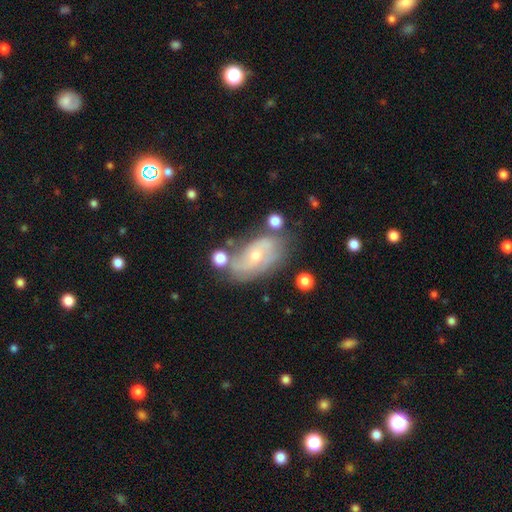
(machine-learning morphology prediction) A featured or disk galaxy (67%) with no bar (64%), spiral arms (76%) and a small central bulge (57%). Merging: none (57%).